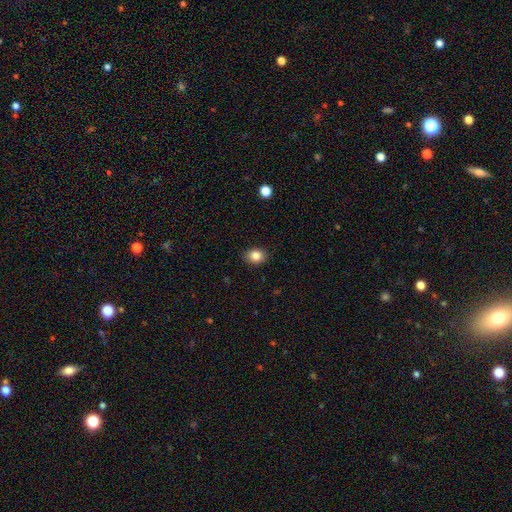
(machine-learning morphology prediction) Smooth or featured? Predicted: smooth (p=0.85). How rounded? Predicted: in between (p=0.54). Merging? Predicted: none (p=0.88).